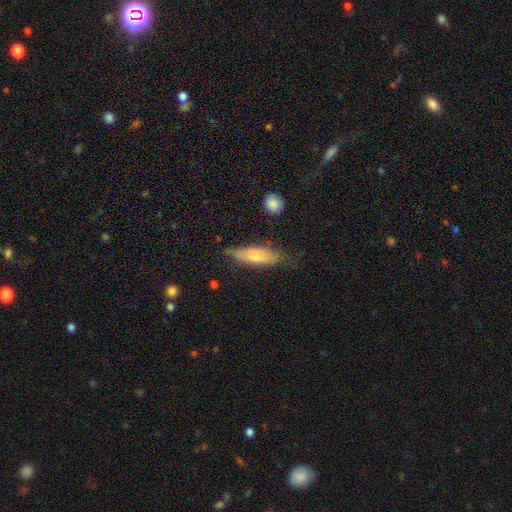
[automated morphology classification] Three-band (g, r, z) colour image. It shows a smooth galaxy with no disk features (66%) that is cigar-shaped (56%). Merging: none (65%).